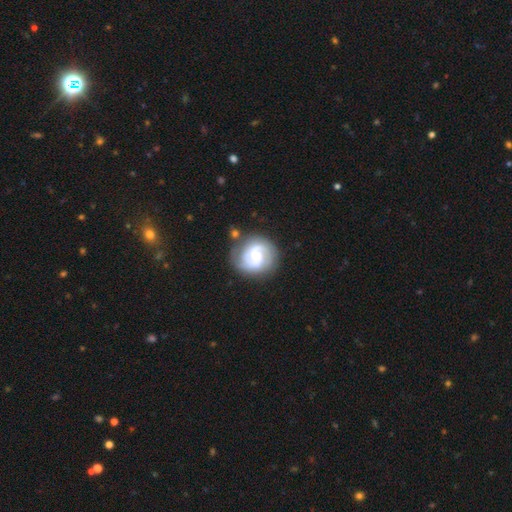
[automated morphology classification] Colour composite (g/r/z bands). It shows a featured or disk galaxy (81%) with no bar (49%), 2 (77%) tight (44%) spiral arms (96%) and a small central bulge (51%). Merging: none (74%).